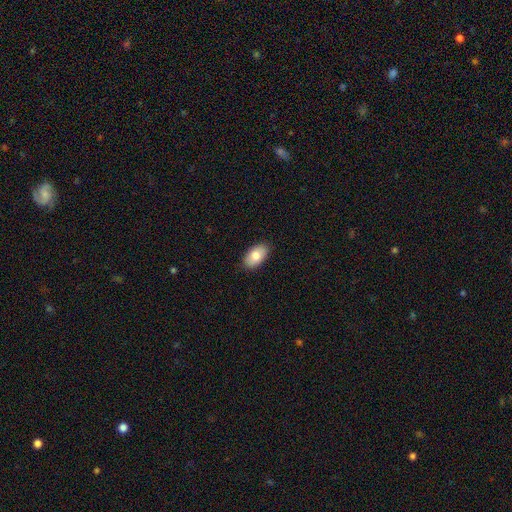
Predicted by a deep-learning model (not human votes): Smooth or featured: smooth — 81% (featured or disk — 13%)
How rounded: in between — 94% (round — 4%)
Merging: none — 89% (minor disturbance — 8%)